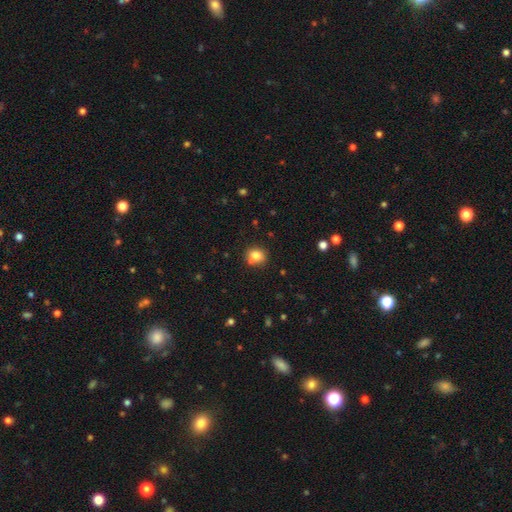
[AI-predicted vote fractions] This is clearly a smooth galaxy (81%). How rounded: likely round (72%). Merging: likely none (72%).